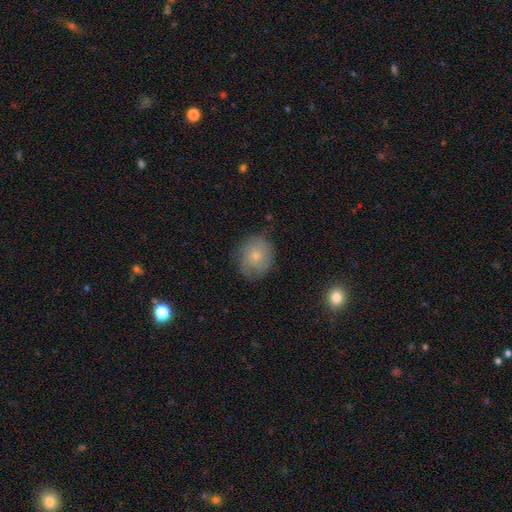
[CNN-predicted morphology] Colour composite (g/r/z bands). It shows a smooth galaxy with no disk features (65%) that is round (75%). Merging: none (75%).